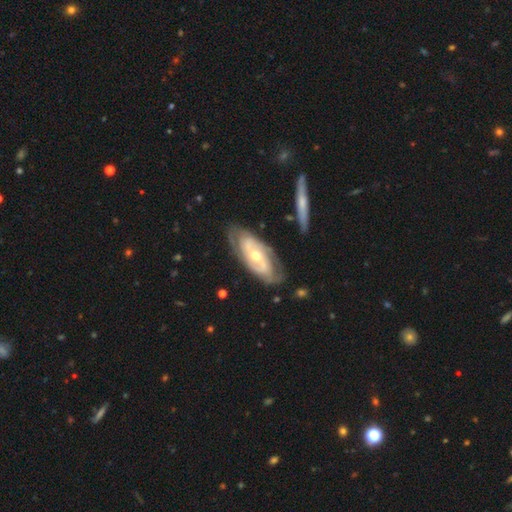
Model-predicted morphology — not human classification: Q: Smooth or featured?
A: featured or disk (82%); runner-up: smooth (13%)
Q: Edge-on disk?
A: no (91%); runner-up: yes (9%)
Q: Bar?
A: no (55%); runner-up: weak (32%)
Q: Spiral arms?
A: yes (89%); runner-up: no (11%)
Q: Spiral winding?
A: tight (54%); runner-up: medium (35%)
Q: Spiral arm count?
A: 2 (63%); runner-up: can't tell (23%)
Q: Bulge size?
A: moderate (67%); runner-up: small (27%)
Q: Merging?
A: none (74%); runner-up: minor disturbance (18%)